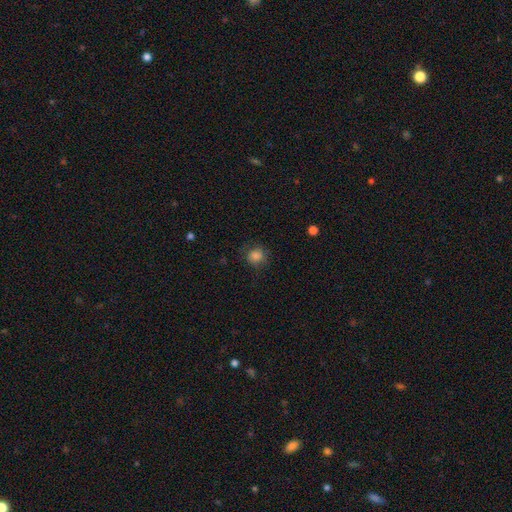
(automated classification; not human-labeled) Smooth or featured: smooth — 83% (star or artifact — 10%)
How rounded: round — 84% (in between — 15%)
Merging: none — 75% (minor disturbance — 17%)